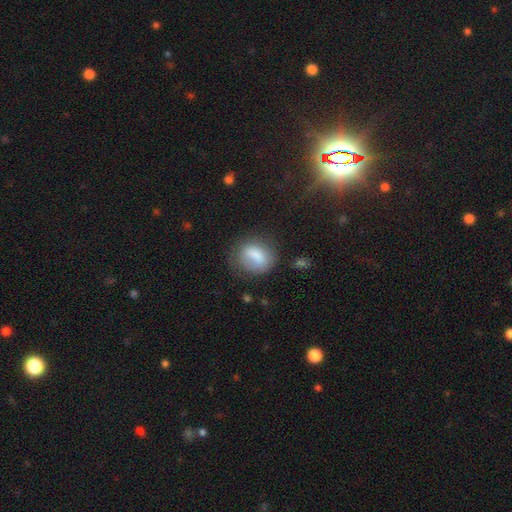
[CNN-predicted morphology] Smooth or featured? smooth (75%)
How rounded? in between (49%)
Merging? none (58%)